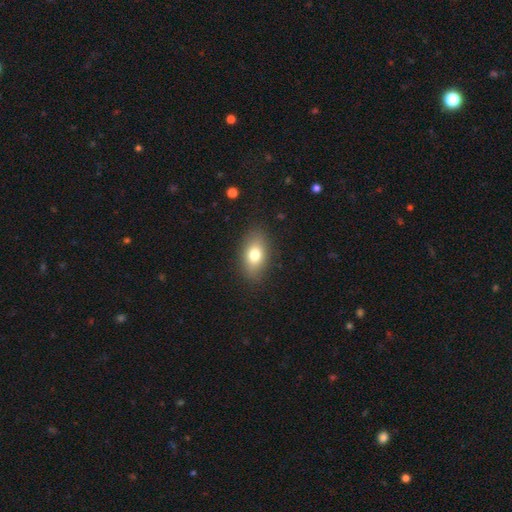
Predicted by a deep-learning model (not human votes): smooth-or-featured: smooth: 75% | featured or disk: 16% | star or artifact: 9%
  how-rounded: in between: 87% | round: 9% | cigar-shaped: 5%
  merging: none: 88% | minor disturbance: 9% | major disturbance: 2% | merger: 1%